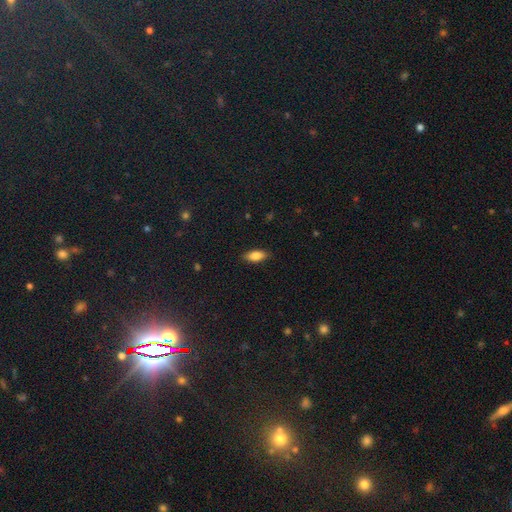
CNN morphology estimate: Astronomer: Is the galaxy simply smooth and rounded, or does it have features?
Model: smooth — 82%.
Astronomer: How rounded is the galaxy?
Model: in between — 84%.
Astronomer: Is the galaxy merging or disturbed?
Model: none — 87%.